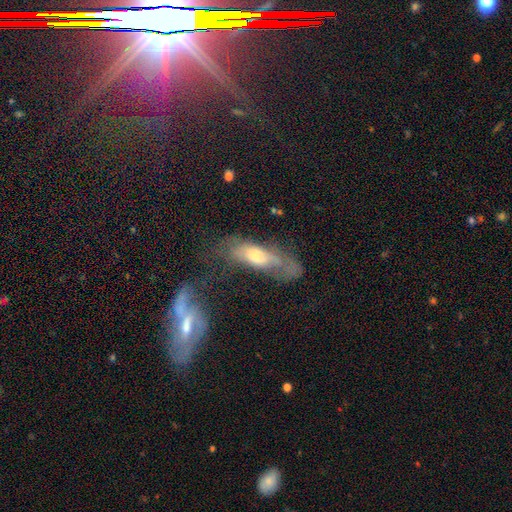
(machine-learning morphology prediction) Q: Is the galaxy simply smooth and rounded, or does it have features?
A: featured or disk — 47%.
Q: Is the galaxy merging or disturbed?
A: major disturbance — 31%.